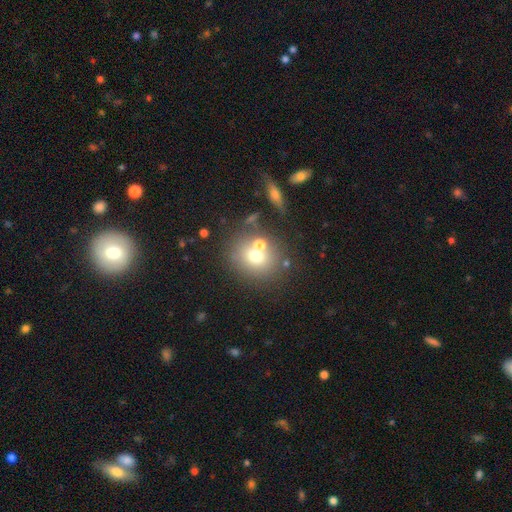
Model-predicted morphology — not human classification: Smooth or featured: smooth — 64% (featured or disk — 20%)
How rounded: round — 77% (in between — 22%)
Merging: none — 56% (merger — 28%)